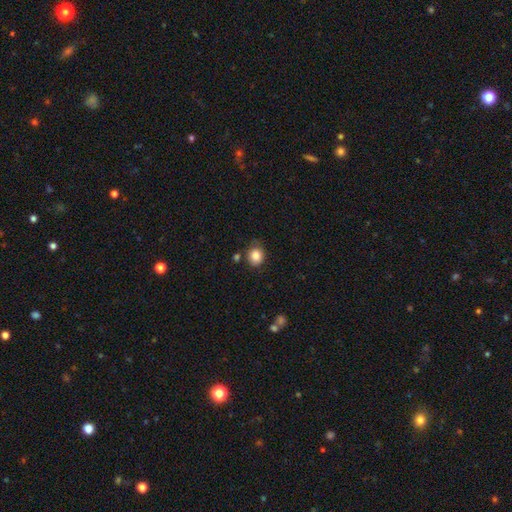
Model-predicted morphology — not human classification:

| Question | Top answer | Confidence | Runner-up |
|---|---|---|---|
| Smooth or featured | smooth | 85% | star or artifact (9%) |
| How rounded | round | 70% | in between (29%) |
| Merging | none | 72% | minor disturbance (19%) |